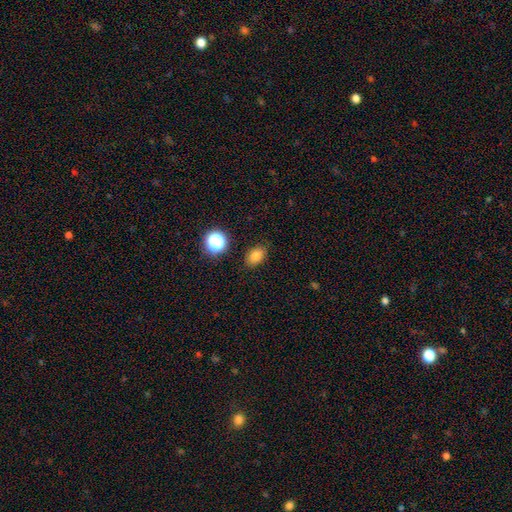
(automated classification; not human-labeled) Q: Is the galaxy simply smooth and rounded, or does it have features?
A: smooth — 81%.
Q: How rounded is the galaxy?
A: in between — 81%.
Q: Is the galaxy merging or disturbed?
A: none — 84%.